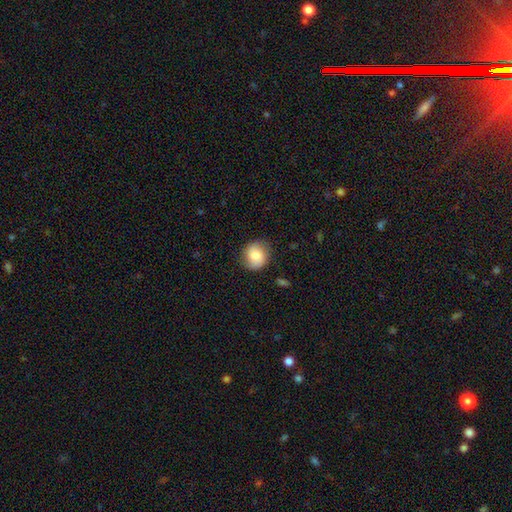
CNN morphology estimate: Smooth or featured? smooth (71%)
How rounded? round (79%)
Merging? none (77%)